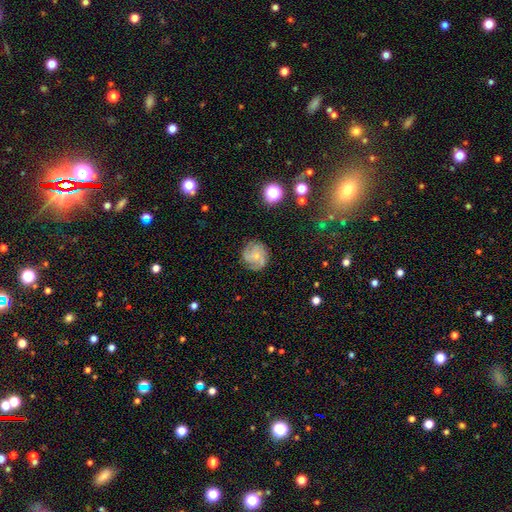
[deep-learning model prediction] This appears to be a featured or disk galaxy (72%) with no bar (76%), 3 (36%) tight (45%) spiral arms (93%) and a small central bulge (73%). Merging: none (76%).